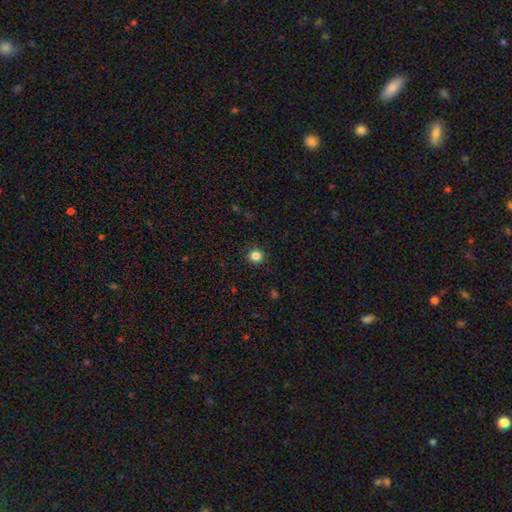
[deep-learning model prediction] Overall: smooth (84%). How rounded: round (94%). Merging: none (92%).